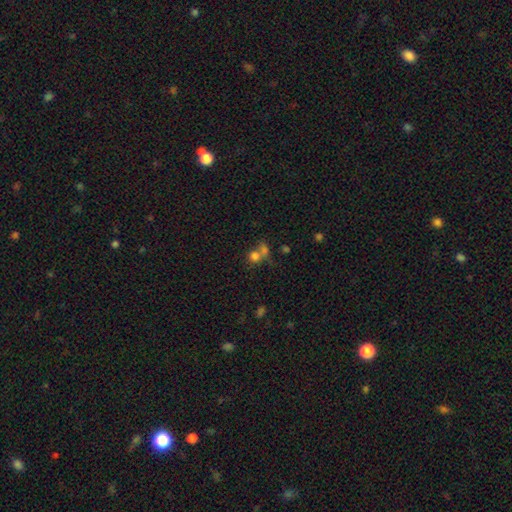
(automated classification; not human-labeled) Overall: smooth (71%). How rounded: round (78%). Merging: merger (46%; none 40%).